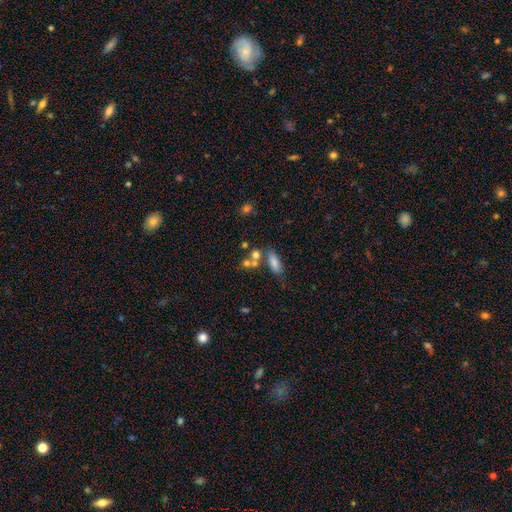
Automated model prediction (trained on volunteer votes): smooth_or_featured: smooth (p=0.69) [alt: featured or disk p=0.18]
how_rounded: in between (p=0.61) [alt: round p=0.23]
merging: none (p=0.44) [alt: merger p=0.36]